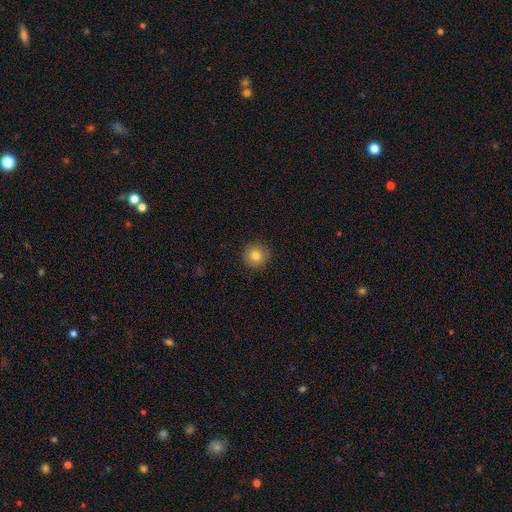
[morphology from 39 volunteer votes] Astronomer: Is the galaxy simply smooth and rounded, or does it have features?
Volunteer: smooth — 90%.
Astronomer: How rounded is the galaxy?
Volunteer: round — 94%.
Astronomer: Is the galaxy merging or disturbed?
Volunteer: none — 95%.